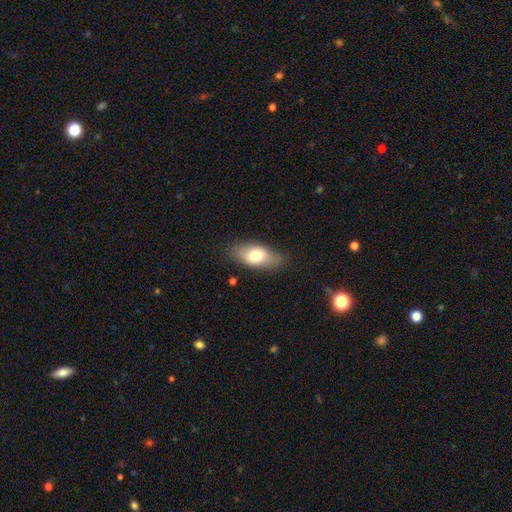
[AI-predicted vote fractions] Morphology: type=smooth (73%); roundness=in between (87%); merging=none (78%).